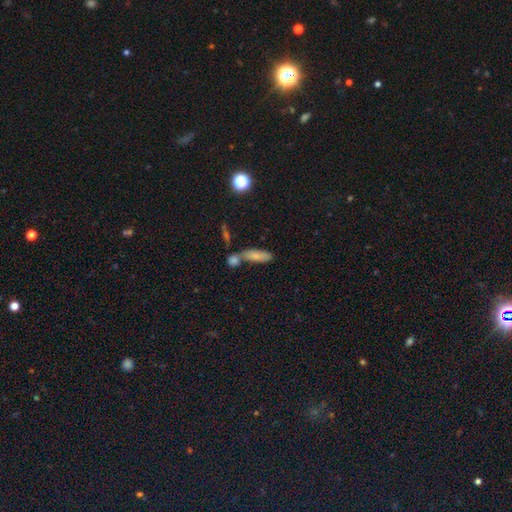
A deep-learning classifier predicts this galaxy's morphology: smooth_or_featured: smooth (p=0.75) [alt: featured or disk p=0.15]
how_rounded: in between (p=0.53) [alt: cigar-shaped p=0.43]
merging: none (p=0.47) [alt: merger p=0.37]